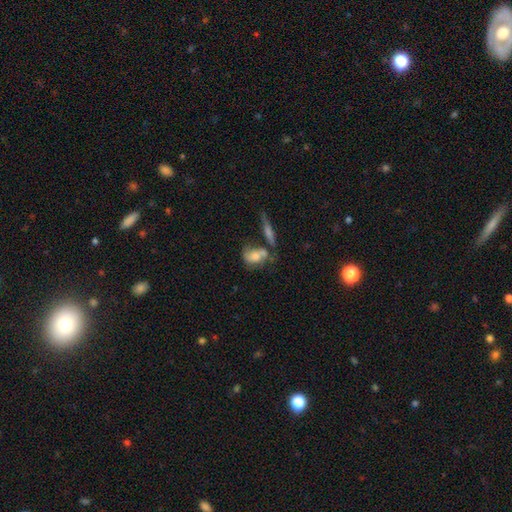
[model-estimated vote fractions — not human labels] Smooth or featured? Predicted: smooth (p=0.60). How rounded? Predicted: in between (p=0.74). Merging? Predicted: none (p=0.34).